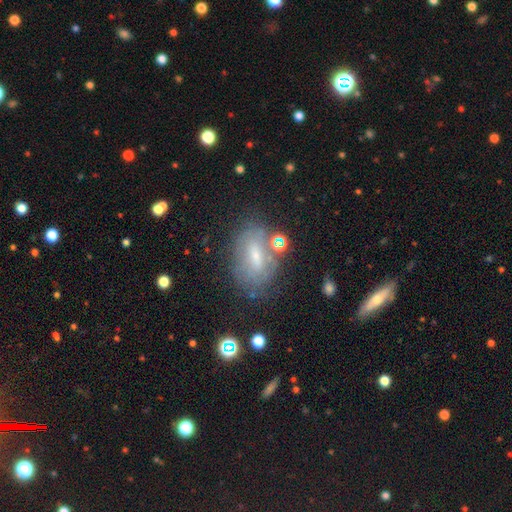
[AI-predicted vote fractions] Morphology: type=featured or disk (50%); edge-on=no (89%); merging=none (62%).